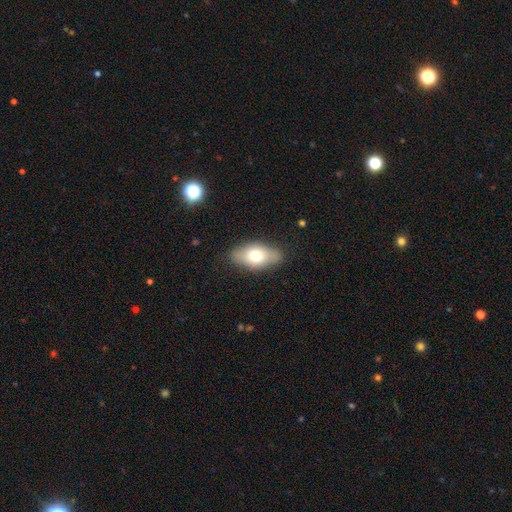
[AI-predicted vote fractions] Morphology: type=smooth (70%); roundness=in between (89%); merging=none (80%).